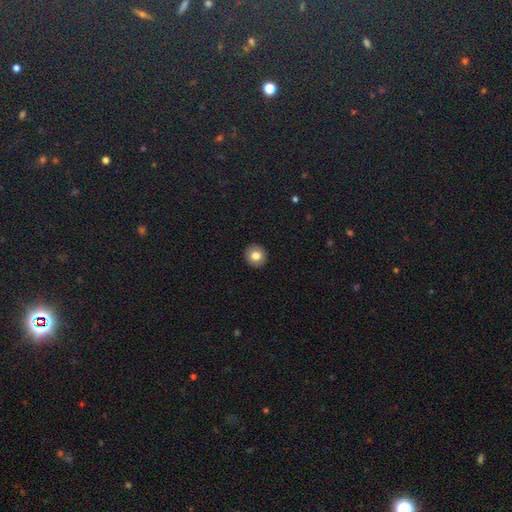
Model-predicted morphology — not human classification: Smooth or featured? Predicted: smooth (p=0.79). How rounded? Predicted: round (p=0.92). Merging? Predicted: none (p=0.93).